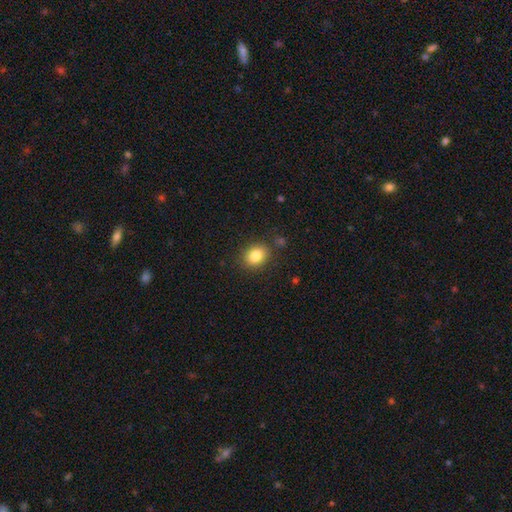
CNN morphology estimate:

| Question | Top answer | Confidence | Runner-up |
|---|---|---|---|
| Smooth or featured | smooth | 83% | star or artifact (10%) |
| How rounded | in between | 50% | round (49%) |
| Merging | none | 85% | minor disturbance (10%) |